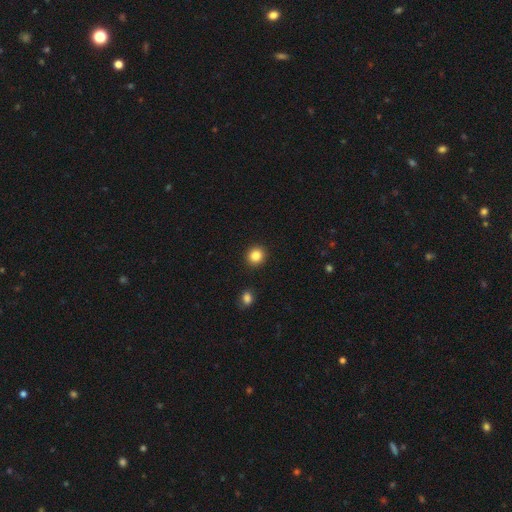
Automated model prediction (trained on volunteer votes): Smooth or featured: smooth — 85% (star or artifact — 10%)
How rounded: round — 88% (in between — 11%)
Merging: none — 91% (minor disturbance — 5%)